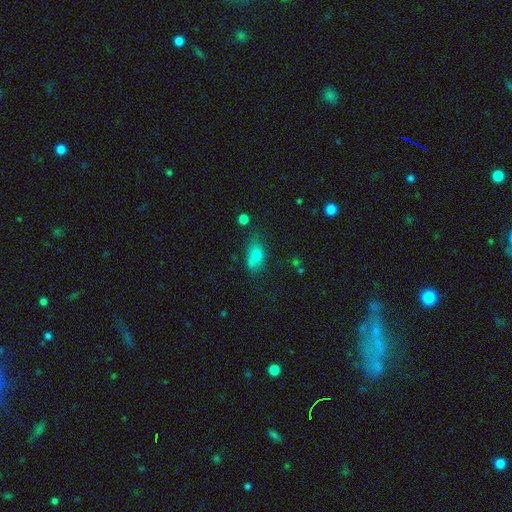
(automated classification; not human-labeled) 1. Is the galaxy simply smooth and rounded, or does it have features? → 75% smooth, 13% featured or disk, 12% star or artifact.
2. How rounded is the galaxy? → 82% in between, 12% round, 6% cigar-shaped.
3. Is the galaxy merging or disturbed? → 54% none, 25% minor disturbance, 12% merger, 9% major disturbance.